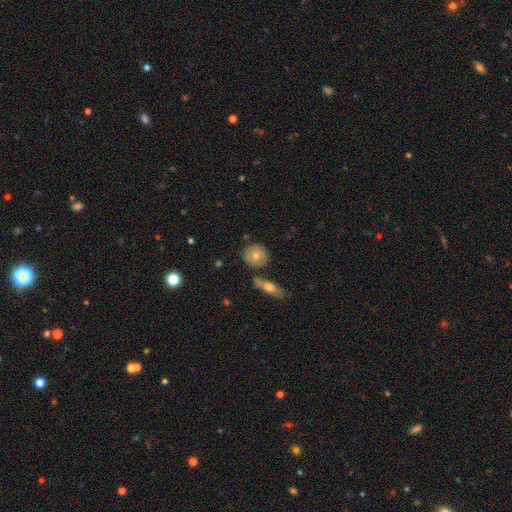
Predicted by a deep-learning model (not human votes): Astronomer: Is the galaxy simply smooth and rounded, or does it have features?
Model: smooth — 70%.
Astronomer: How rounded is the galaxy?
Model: round — 83%.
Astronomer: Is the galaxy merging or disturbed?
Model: none — 75%.